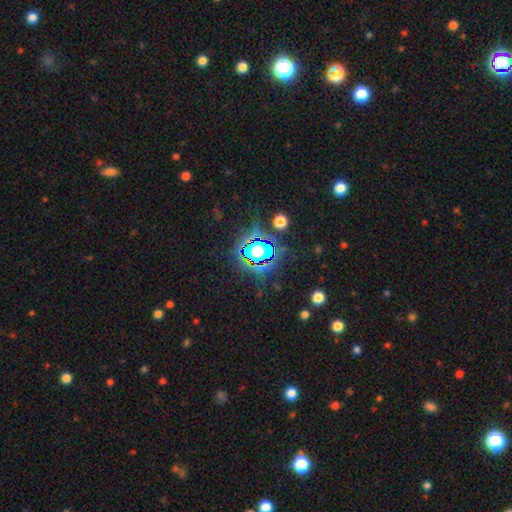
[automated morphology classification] A star or artifact, not a galaxy (80%).